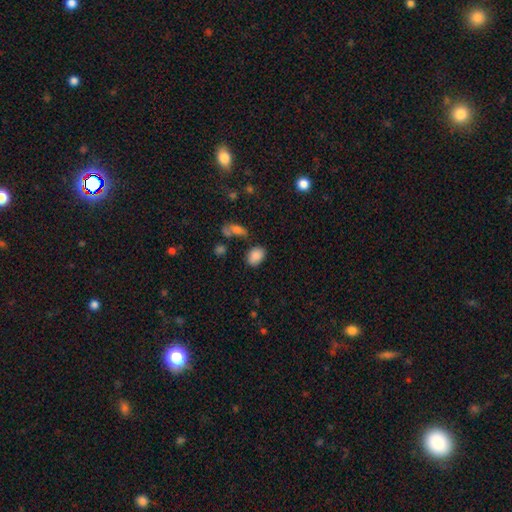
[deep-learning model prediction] smooth_or_featured: smooth (p=0.86) [alt: star or artifact p=0.09]
how_rounded: in between (p=0.79) [alt: round p=0.20]
merging: none (p=0.72) [alt: minor disturbance p=0.16]